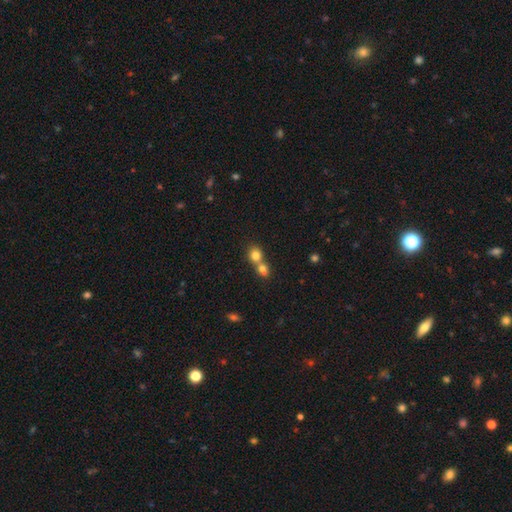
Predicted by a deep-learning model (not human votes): Morphology: type=smooth (78%); roundness=round (77%); merging=merger (61%).